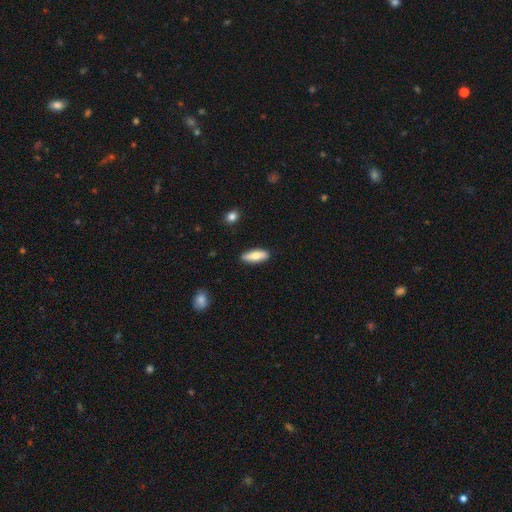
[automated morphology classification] This is likely a smooth galaxy (77%). How rounded: possibly in between (58%). Merging: clearly none (86%).